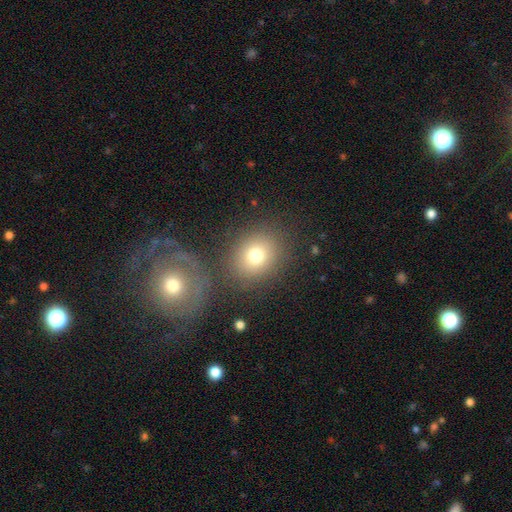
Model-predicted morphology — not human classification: The model was most divided on "how rounded": round: 66%, in between: 33%, cigar-shaped: 1%. More confident: merging — none (76%); smooth or featured — smooth (75%).